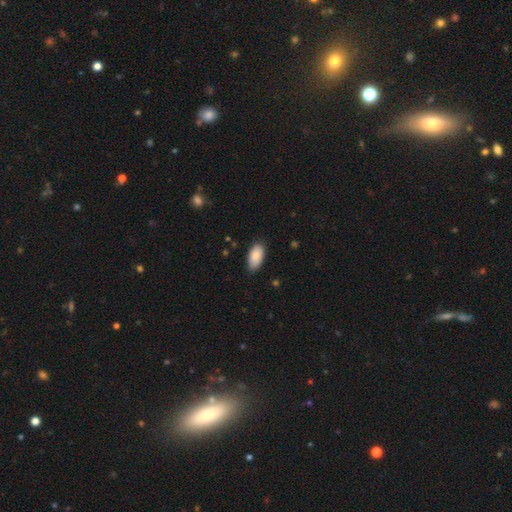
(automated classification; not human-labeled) A smooth galaxy with no disk features (87%) that is in between round and cigar-shaped (94%).

Vote fractions:
- Smooth or featured? smooth: 87% / featured or disk: 7% / star or artifact: 6%
- How rounded? in between: 94% / cigar-shaped: 4% / round: 2%
- Merging? none: 83% / minor disturbance: 14% / major disturbance: 2% / merger: 1%